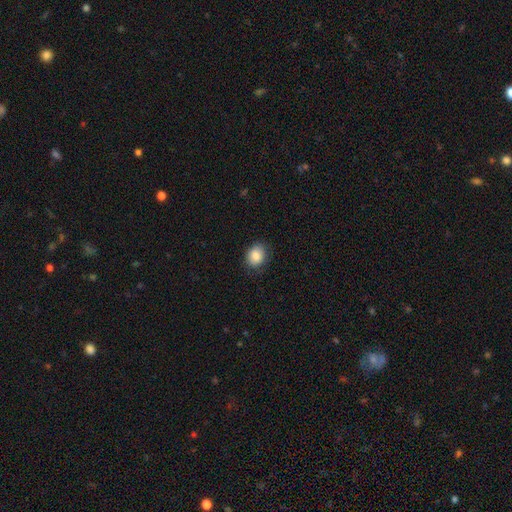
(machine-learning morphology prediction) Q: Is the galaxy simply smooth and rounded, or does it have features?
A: smooth — 85%.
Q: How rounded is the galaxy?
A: in between — 51%.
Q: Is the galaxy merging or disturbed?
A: none — 82%.